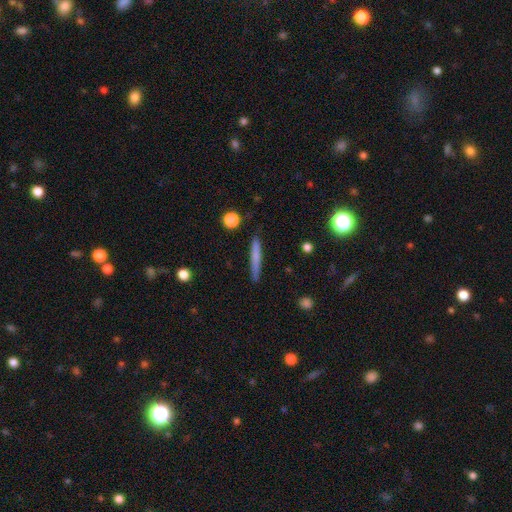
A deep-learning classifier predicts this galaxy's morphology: This appears to be a smooth galaxy with no disk features (65%) that is cigar-shaped (95%). Merging: none (87%).